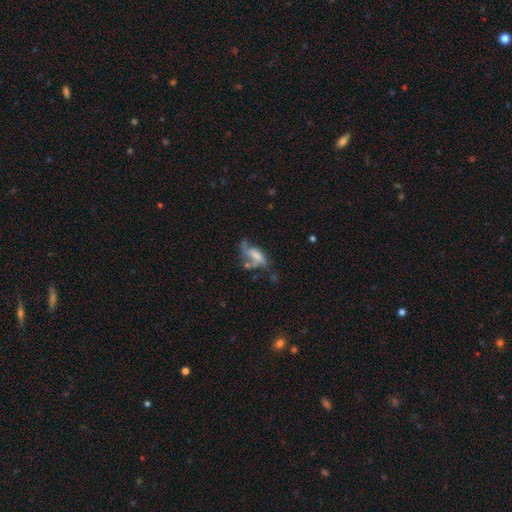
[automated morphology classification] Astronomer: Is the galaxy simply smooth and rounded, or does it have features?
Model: featured or disk — 51% (runner-up: smooth, 39%).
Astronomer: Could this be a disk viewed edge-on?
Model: no — 85%.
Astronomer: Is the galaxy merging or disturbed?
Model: none — 32% (runner-up: major disturbance, 29%).